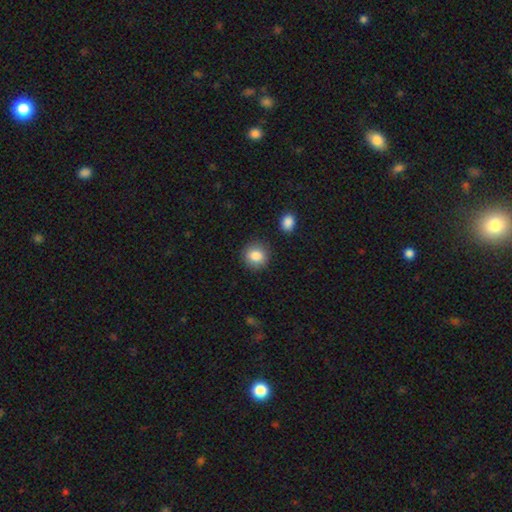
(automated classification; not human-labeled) Q: Smooth or featured?
A: smooth (85%); runner-up: star or artifact (9%)
Q: How rounded?
A: round (85%); runner-up: in between (14%)
Q: Merging?
A: none (88%); runner-up: minor disturbance (8%)